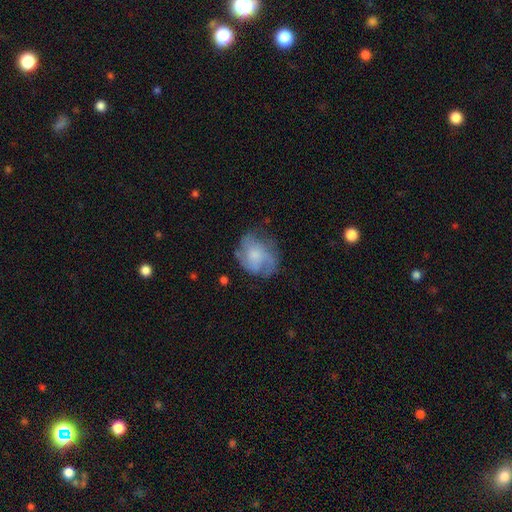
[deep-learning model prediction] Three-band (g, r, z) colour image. It shows a featured or disk galaxy (52%) with no bar (77%), spiral arms (72%) and a moderate central bulge (38%). Merging: none (56%).